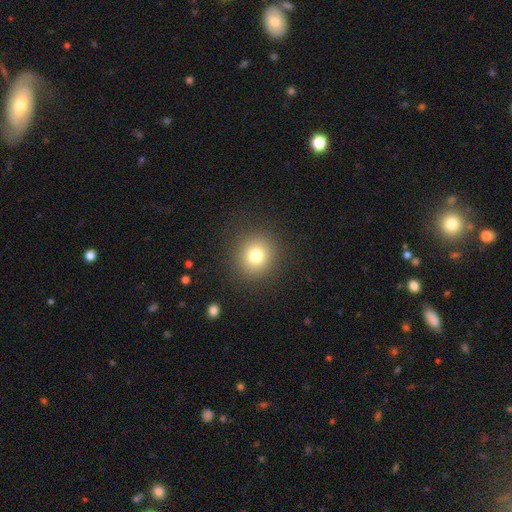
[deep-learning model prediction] smooth-or-featured: smooth: 78% | star or artifact: 13% | featured or disk: 9%
  how-rounded: round: 90% | in between: 10% | cigar-shaped: 1%
  merging: none: 89% | minor disturbance: 6% | major disturbance: 3% | merger: 1%